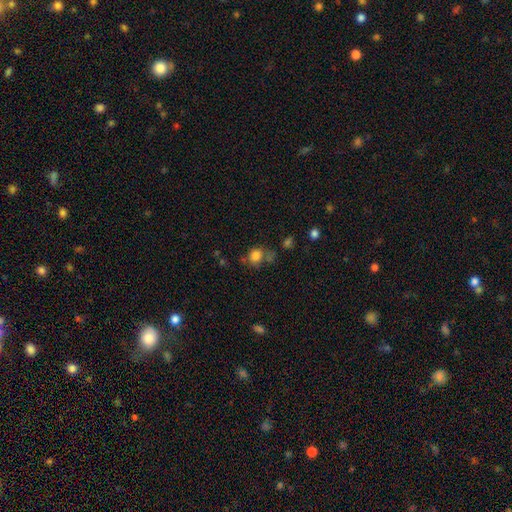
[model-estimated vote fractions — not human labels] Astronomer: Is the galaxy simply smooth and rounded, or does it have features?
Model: smooth — 78%.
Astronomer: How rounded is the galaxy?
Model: round — 71%.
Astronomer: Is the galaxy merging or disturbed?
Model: none — 52%.